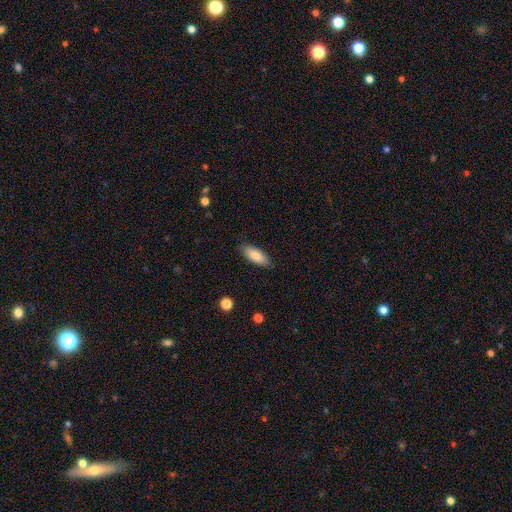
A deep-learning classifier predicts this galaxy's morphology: smooth-or-featured: smooth: 85% | featured or disk: 9% | star or artifact: 6%
  how-rounded: in between: 78% | cigar-shaped: 20% | round: 2%
  merging: none: 87% | minor disturbance: 10% | major disturbance: 2% | merger: 1%